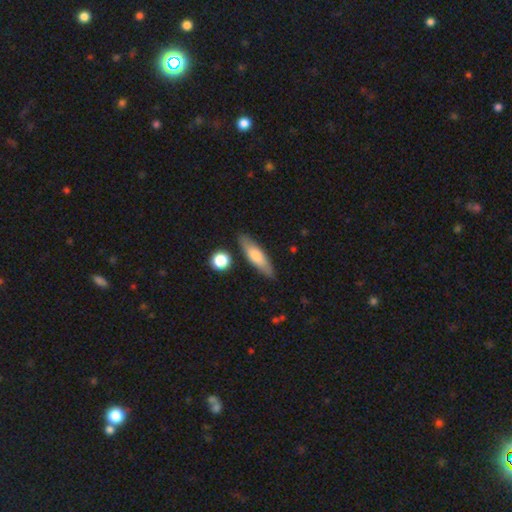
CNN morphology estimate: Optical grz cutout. It shows a smooth galaxy with no disk features (64%) that is cigar-shaped (62%). Merging: none (82%).